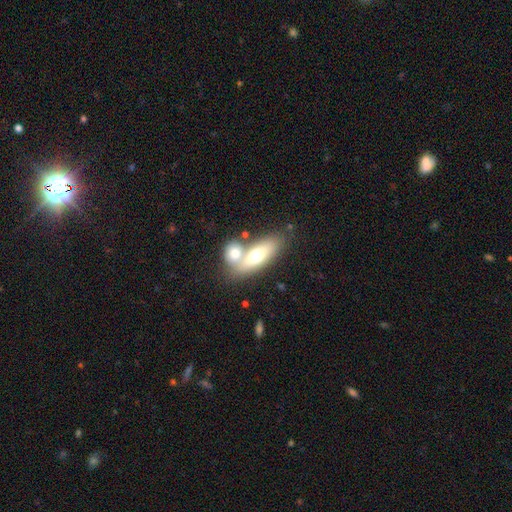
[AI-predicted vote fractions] This appears to be a smooth galaxy with no disk features (62%) that is in between round and cigar-shaped (69%). Merging: merger (53%).